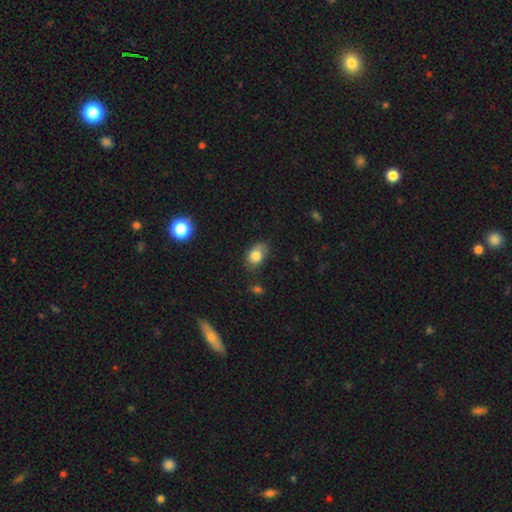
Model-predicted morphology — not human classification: type=smooth (81%); roundness=in between (78%); merging=none (56%).